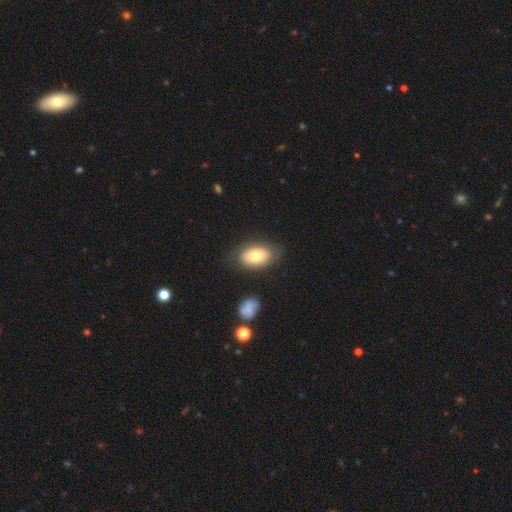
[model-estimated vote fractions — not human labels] A smooth galaxy with no disk features (72%) that is in between round and cigar-shaped (89%). Merging: none (76%).